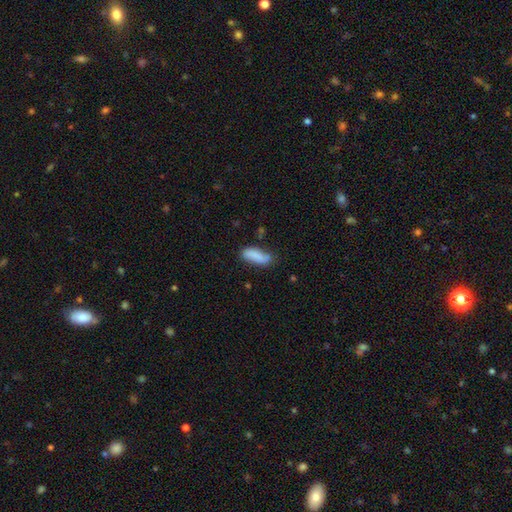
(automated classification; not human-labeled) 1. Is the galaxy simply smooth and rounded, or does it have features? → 82% smooth, 11% featured or disk, 7% star or artifact.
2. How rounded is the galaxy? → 66% in between, 32% cigar-shaped, 2% round.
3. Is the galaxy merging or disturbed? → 63% none, 26% minor disturbance, 6% major disturbance, 5% merger.